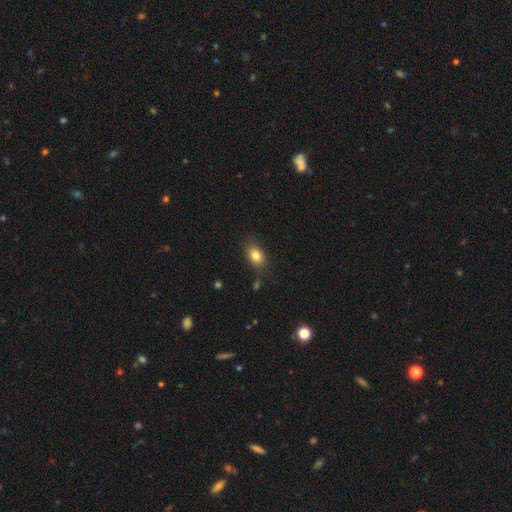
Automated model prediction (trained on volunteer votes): A smooth galaxy with no disk features (82%) that is in between round and cigar-shaped (75%). Merging: none (77%).